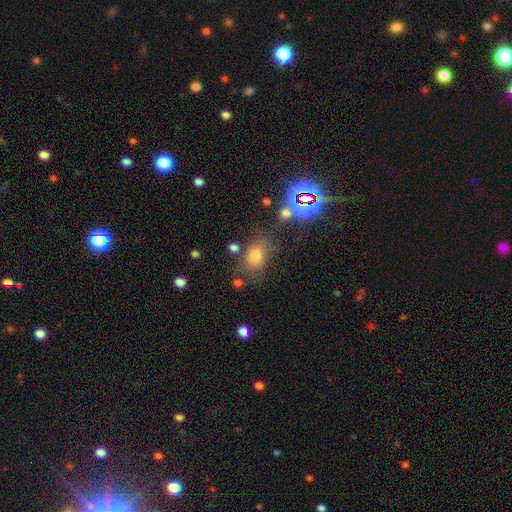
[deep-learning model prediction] Smooth or featured? Predicted: smooth (p=0.65). How rounded? Predicted: in between (p=0.70). Merging? Predicted: none (p=0.68).